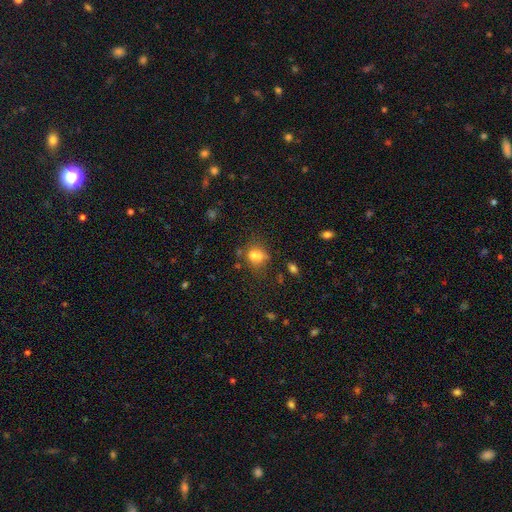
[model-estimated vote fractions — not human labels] smooth-or-featured: smooth: 65% | featured or disk: 19% | star or artifact: 16%
  how-rounded: round: 61% | in between: 38% | cigar-shaped: 1%
  merging: merger: 47% | none: 35% | minor disturbance: 11% | major disturbance: 7%